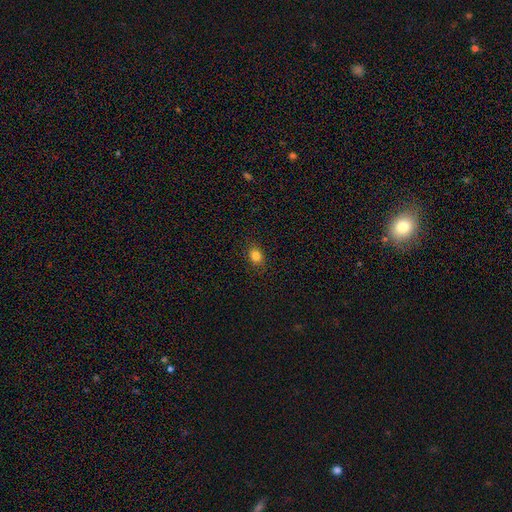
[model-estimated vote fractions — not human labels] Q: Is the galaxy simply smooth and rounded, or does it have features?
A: smooth — 83%.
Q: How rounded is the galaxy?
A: in between — 55%.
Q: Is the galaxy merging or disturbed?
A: none — 88%.